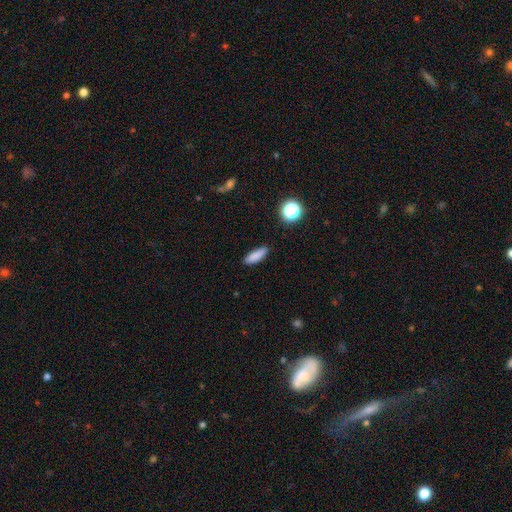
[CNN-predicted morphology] Q: Smooth or featured?
A: smooth (85%); runner-up: star or artifact (9%)
Q: How rounded?
A: cigar-shaped (52%); runner-up: in between (45%)
Q: Merging?
A: none (85%); runner-up: minor disturbance (11%)